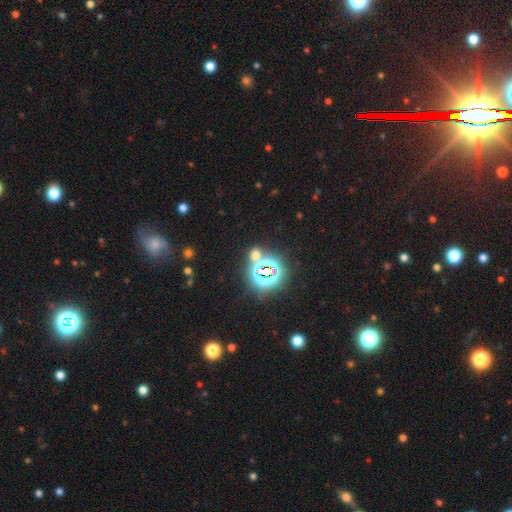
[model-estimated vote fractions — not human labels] Smooth or featured? star or artifact (60%)